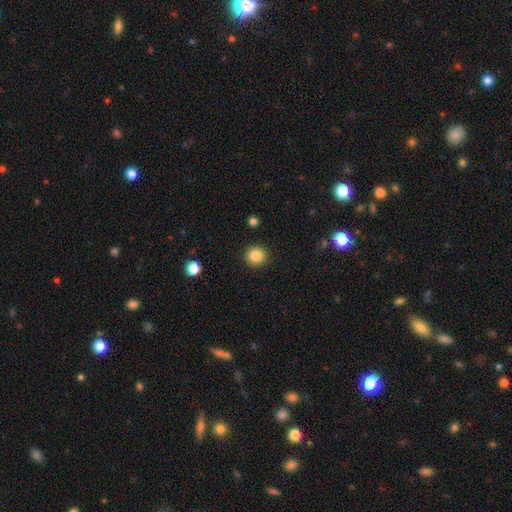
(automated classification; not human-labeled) smooth-or-featured: smooth: 86% | star or artifact: 10% | featured or disk: 4%
  how-rounded: round: 90% | in between: 9% | cigar-shaped: 1%
  merging: none: 91% | minor disturbance: 6% | major disturbance: 2% | merger: 1%